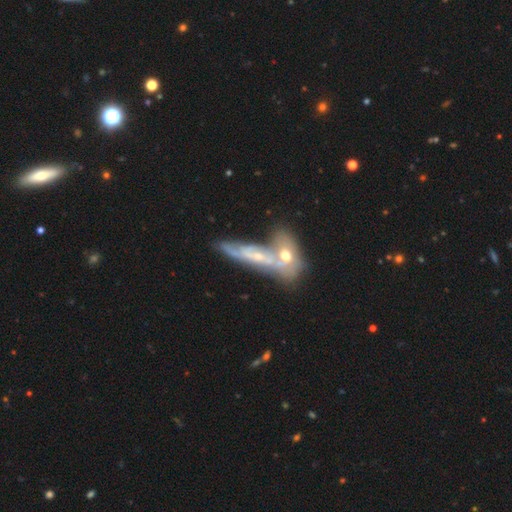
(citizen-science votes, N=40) Smooth or featured: featured or disk — 90% (smooth — 5%)
Edge-on disk: no — 61% (yes — 39%)
Bar: no — 64% (weak — 27%)
Spiral arms: yes — 73% (no — 27%)
Spiral winding: tight — 56% (medium — 44%)
Spiral arm count: can't tell — 69% (2 — 12%)
Bulge size: small — 68% (moderate — 23%)
Merging: merger — 53% (none — 37%)